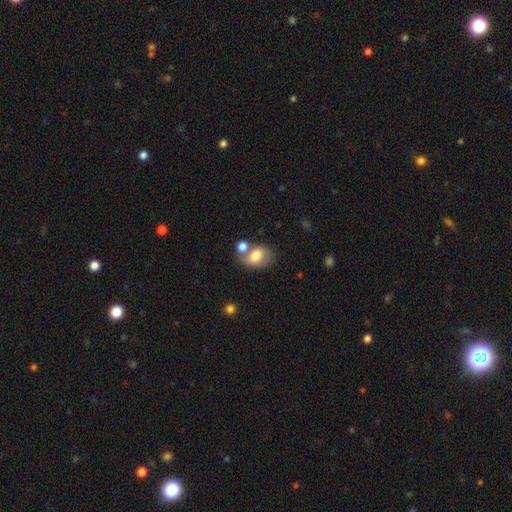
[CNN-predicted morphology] type=smooth (72%); roundness=in between (74%); merging=none (47%).